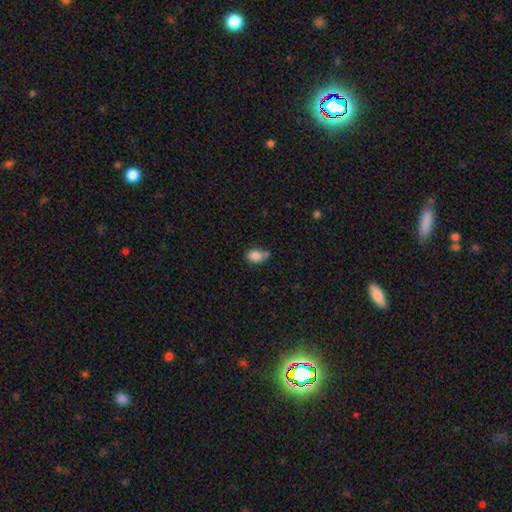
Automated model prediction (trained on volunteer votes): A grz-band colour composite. It shows a smooth galaxy with no disk features (84%) that is in between round and cigar-shaped (70%). Merging: none (51%).